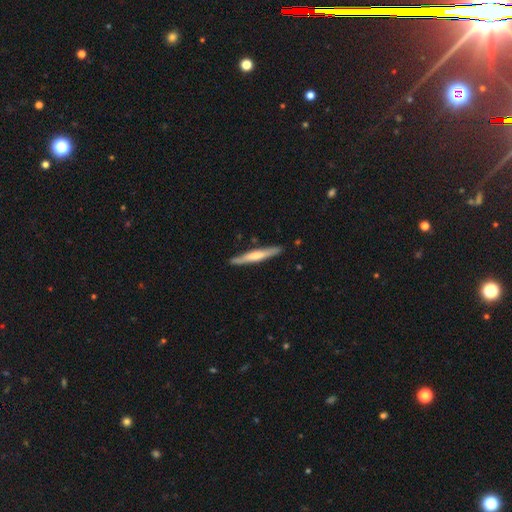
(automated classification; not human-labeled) Q: Smooth or featured?
A: smooth (49%); runner-up: featured or disk (46%)
Q: Merging?
A: none (87%); runner-up: minor disturbance (10%)